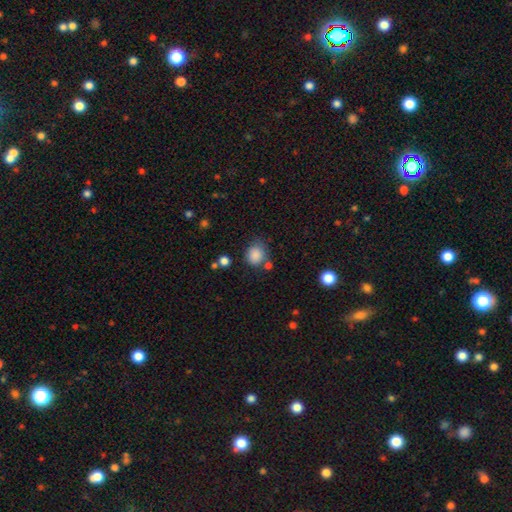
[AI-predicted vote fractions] This appears to be a smooth galaxy with no disk features (85%) that is round (70%). Merging: none (64%).